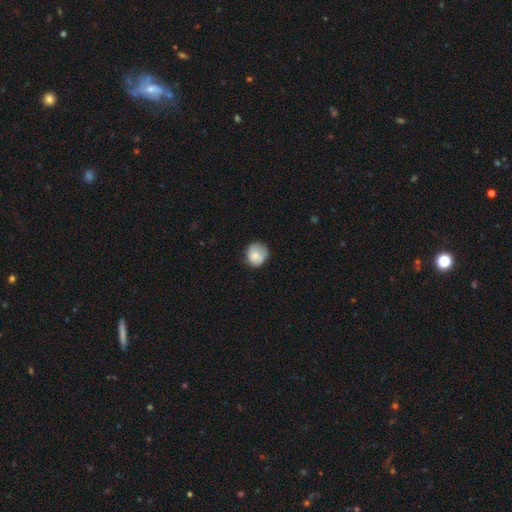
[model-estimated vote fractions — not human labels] smooth-or-featured: smooth: 77% | featured or disk: 16% | star or artifact: 8%
  how-rounded: round: 83% | in between: 16% | cigar-shaped: 1%
  merging: none: 64% | minor disturbance: 27% | major disturbance: 7% | merger: 2%